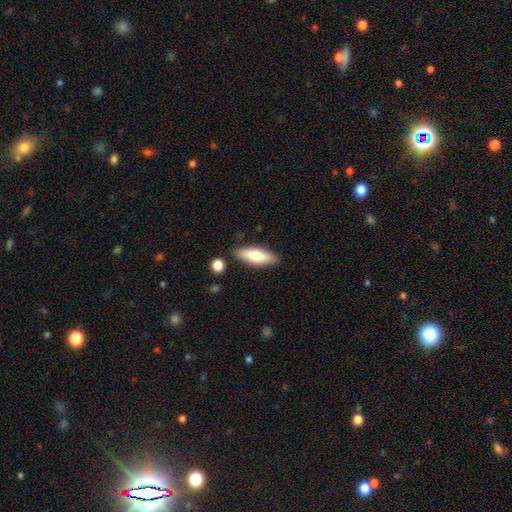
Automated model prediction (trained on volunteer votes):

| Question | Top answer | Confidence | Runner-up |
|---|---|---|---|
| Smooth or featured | smooth | 73% | featured or disk (21%) |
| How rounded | in between | 58% | cigar-shaped (40%) |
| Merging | none | 84% | minor disturbance (11%) |